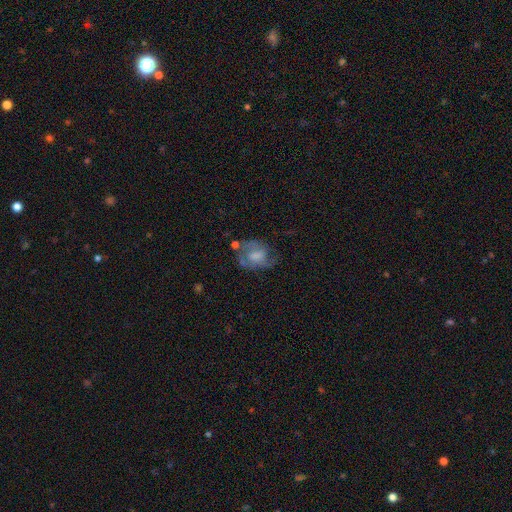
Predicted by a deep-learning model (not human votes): A featured or disk galaxy (54%) with no bar (51%), spiral arms (60%) and a moderate central bulge (33%).

Vote fractions:
- Smooth or featured? featured or disk: 54% / smooth: 37% / star or artifact: 9%
- Edge-on disk? no: 97% / yes: 3%
- Bar? no: 51% / weak: 39% / strong: 10%
- Spiral arms? yes: 60% / no: 40%
- Bulge size? moderate: 33% / none: 30% / small: 19% / large: 16% / dominant: 2%
- Merging? none: 42% / major disturbance: 26% / minor disturbance: 25% / merger: 7%